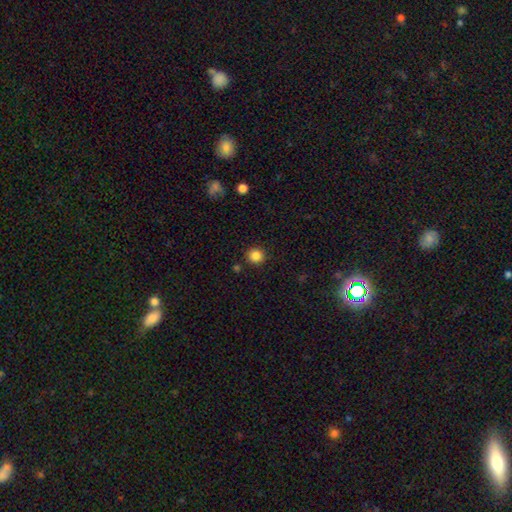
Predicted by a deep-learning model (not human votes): smooth_or_featured: smooth (p=0.85) [alt: star or artifact p=0.11]
how_rounded: round (p=0.92) [alt: in between p=0.07]
merging: none (p=0.89) [alt: minor disturbance p=0.07]